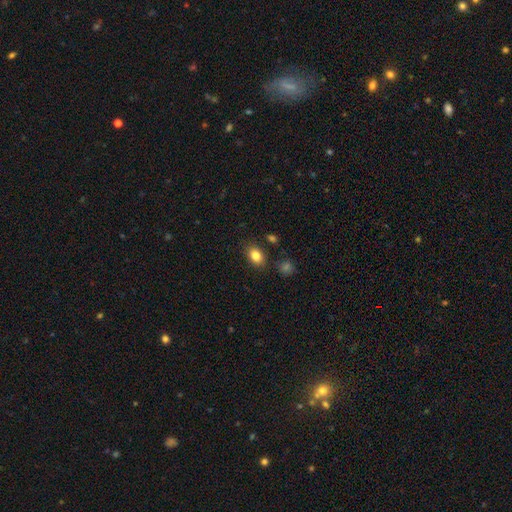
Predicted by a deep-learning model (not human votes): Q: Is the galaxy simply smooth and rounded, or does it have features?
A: smooth — 83%.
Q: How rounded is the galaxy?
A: in between — 76%.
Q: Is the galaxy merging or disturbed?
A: none — 83%.